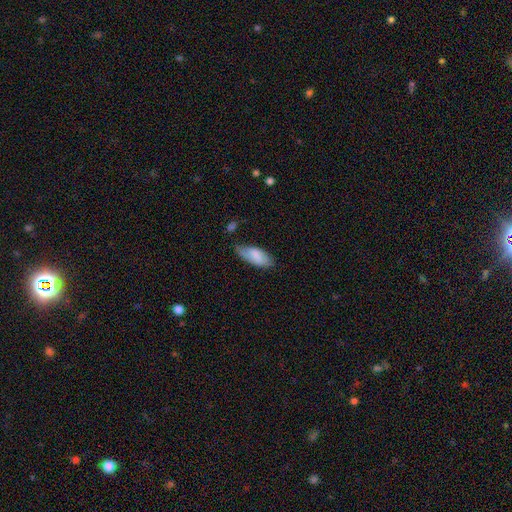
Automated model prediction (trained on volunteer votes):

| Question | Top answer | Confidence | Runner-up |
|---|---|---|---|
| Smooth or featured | smooth | 78% | featured or disk (16%) |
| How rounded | in between | 84% | cigar-shaped (14%) |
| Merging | none | 54% | minor disturbance (35%) |